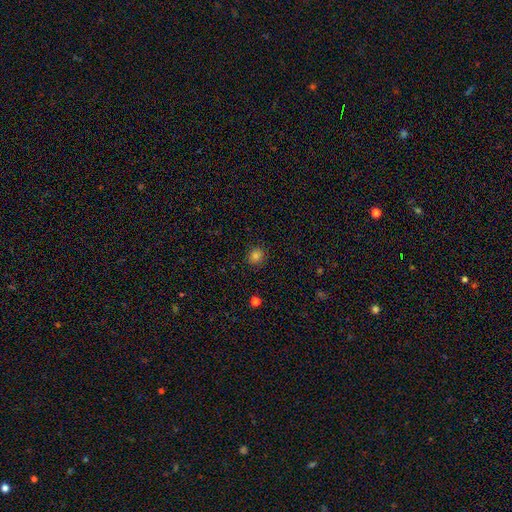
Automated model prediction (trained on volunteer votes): Smooth or featured?
  - smooth: 82% *
  - star or artifact: 13%
  - featured or disk: 5%
How rounded?
  - round: 81% *
  - in between: 18%
  - cigar-shaped: 1%
Merging?
  - none: 89% *
  - minor disturbance: 8%
  - major disturbance: 2%
  - merger: 1%